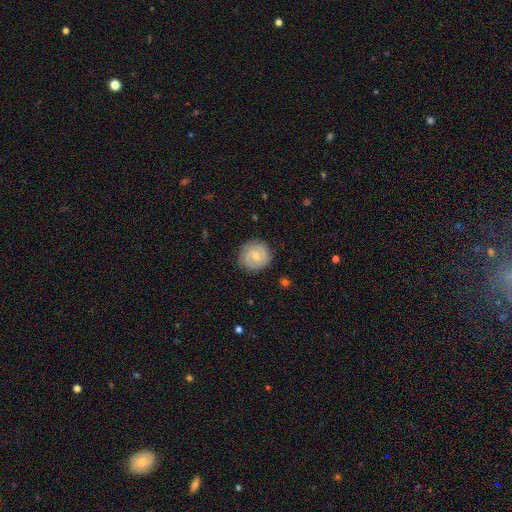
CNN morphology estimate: Smooth or featured?
  - featured or disk: 74% *
  - smooth: 20%
  - star or artifact: 6%
Edge-on disk?
  - no: 98% *
  - yes: 2%
Bar?
  - weak: 51% *
  - no: 38%
  - strong: 11%
Spiral arms?
  - yes: 94% *
  - no: 6%
Spiral winding?
  - tight: 59% *
  - medium: 33%
  - loose: 7%
Spiral arm count?
  - 2: 82% *
  - can't tell: 8%
  - 3: 4%
  - 1: 2%
  - 4: 1%
  - more than 4: 1%
Bulge size?
  - small: 59% *
  - moderate: 35%
  - none: 4%
  - large: 1%
  - dominant: 1%
Merging?
  - none: 85% *
  - minor disturbance: 11%
  - major disturbance: 3%
  - merger: 1%